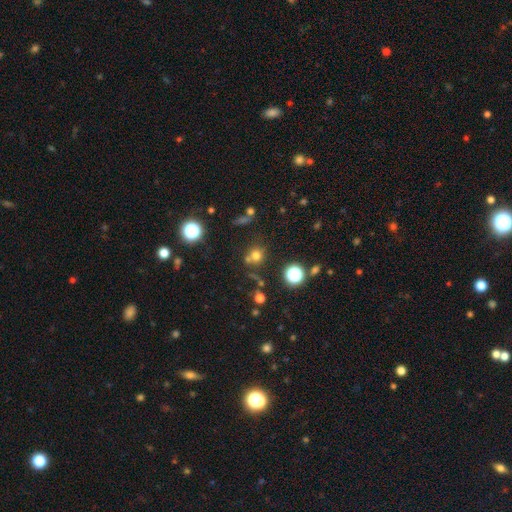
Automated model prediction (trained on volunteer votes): Morphology: type=smooth (68%); roundness=round (85%); merging=none (63%).